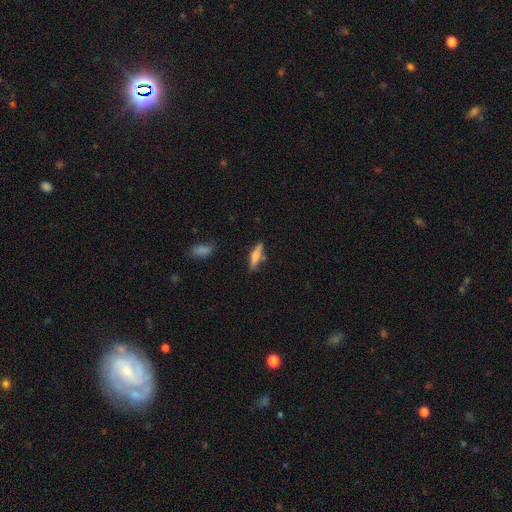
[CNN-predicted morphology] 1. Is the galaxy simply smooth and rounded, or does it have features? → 60% smooth, 33% featured or disk, 7% star or artifact.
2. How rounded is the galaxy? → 69% cigar-shaped, 29% in between, 2% round.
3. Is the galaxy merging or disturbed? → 77% none, 15% minor disturbance, 5% merger, 3% major disturbance.